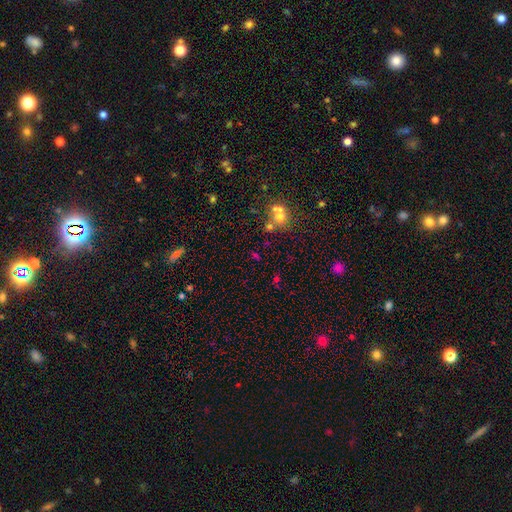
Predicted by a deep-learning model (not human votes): smooth 53%, star or artifact 31%, featured or disk 15%. Down the decision tree: how rounded — round (64%); merging — none (55%).